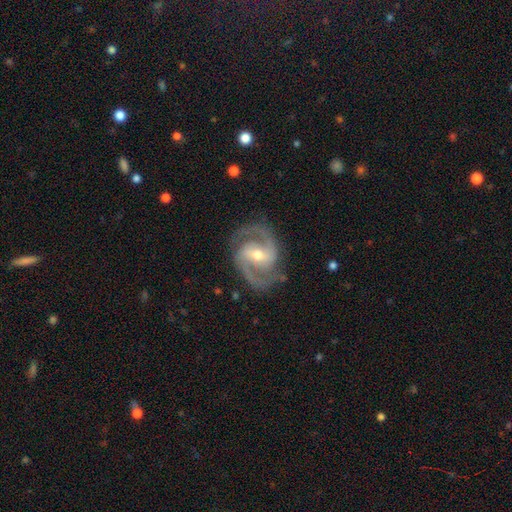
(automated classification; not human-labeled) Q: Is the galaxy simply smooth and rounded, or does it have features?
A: featured or disk — 92%.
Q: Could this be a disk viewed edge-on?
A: no — 98%.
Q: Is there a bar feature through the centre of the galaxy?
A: weak — 42%.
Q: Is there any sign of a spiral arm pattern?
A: yes — 98%.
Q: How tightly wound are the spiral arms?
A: medium — 59%.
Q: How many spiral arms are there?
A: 2 — 93%.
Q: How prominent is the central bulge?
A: moderate — 53%.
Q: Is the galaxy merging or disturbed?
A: none — 84%.